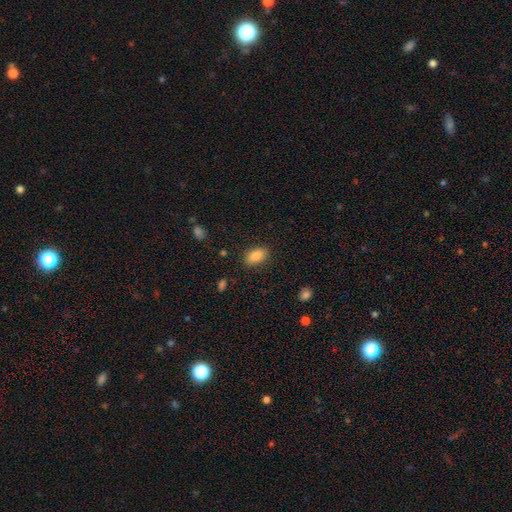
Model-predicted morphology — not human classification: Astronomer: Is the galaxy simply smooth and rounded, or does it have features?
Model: smooth — 87%.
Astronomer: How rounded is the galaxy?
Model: in between — 90%.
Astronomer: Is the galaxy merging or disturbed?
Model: none — 87%.